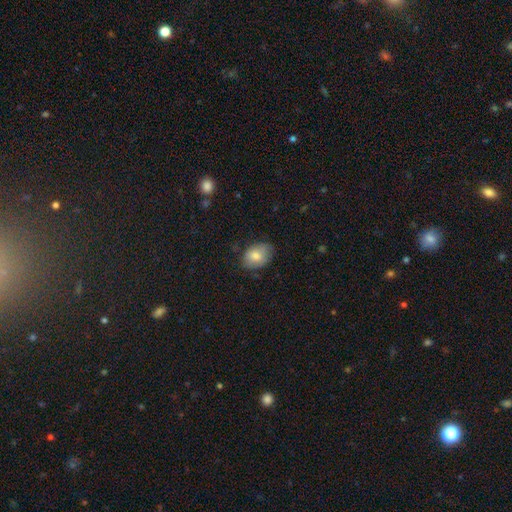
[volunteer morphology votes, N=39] Volunteers were most divided on "merging": none: 68%, minor disturbance: 24%, major disturbance: 8%, merger: 0%. More confident: smooth or featured — smooth (90%); how rounded — in between (80%).